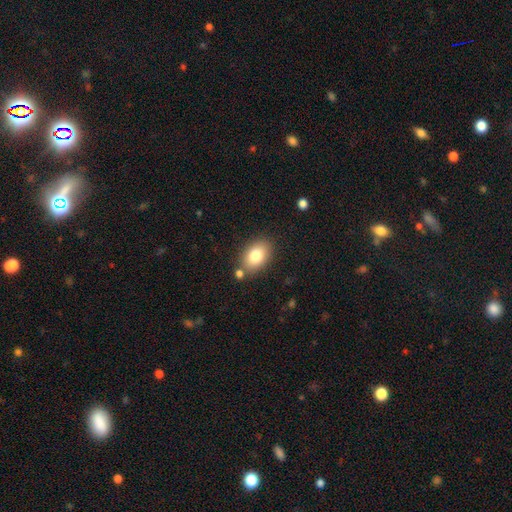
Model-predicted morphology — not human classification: smooth_or_featured: smooth (p=0.81) [alt: featured or disk p=0.11]
how_rounded: in between (p=0.85) [alt: round p=0.14]
merging: none (p=0.77) [alt: minor disturbance p=0.12]